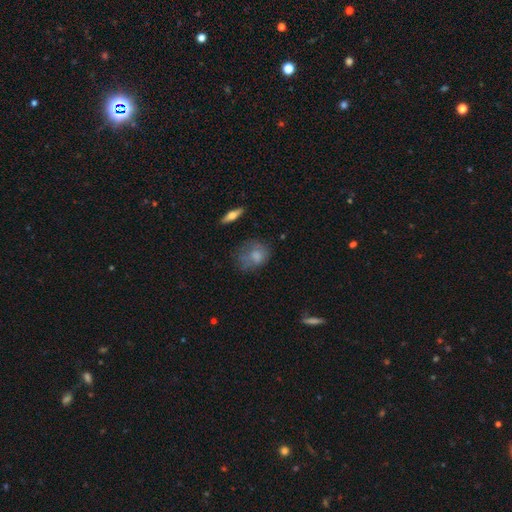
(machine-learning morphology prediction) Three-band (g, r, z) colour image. It shows a smooth galaxy with no disk features (67%) that is in between round and cigar-shaped (50%). Merging: none (49%).